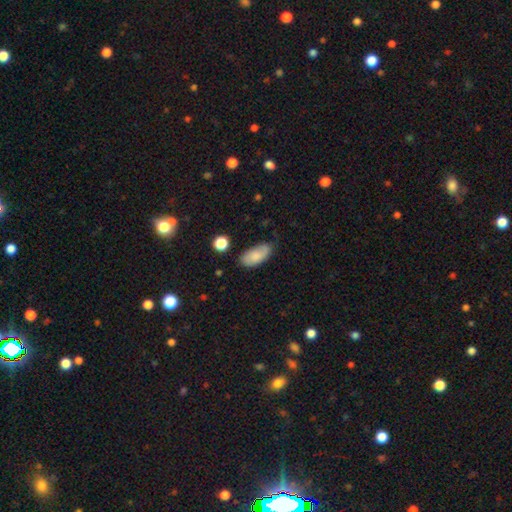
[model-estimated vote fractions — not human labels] The model was most divided on "merging": none: 68%, minor disturbance: 24%, major disturbance: 5%, merger: 3%. More confident: how rounded — in between (92%); smooth or featured — smooth (77%).